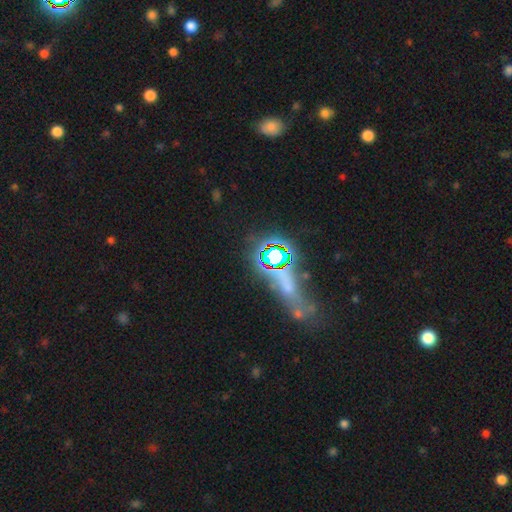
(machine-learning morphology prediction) Smooth or featured?
  - star or artifact: 59% *
  - smooth: 24%
  - featured or disk: 18%